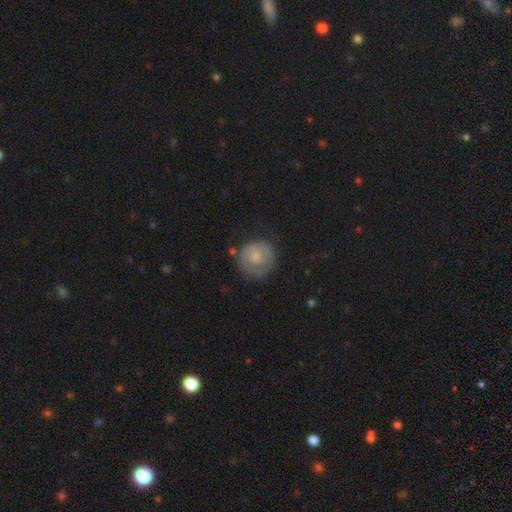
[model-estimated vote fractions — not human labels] Q: Smooth or featured?
A: smooth (54%); runner-up: featured or disk (38%)
Q: How rounded?
A: round (88%); runner-up: in between (11%)
Q: Merging?
A: none (66%); runner-up: minor disturbance (20%)